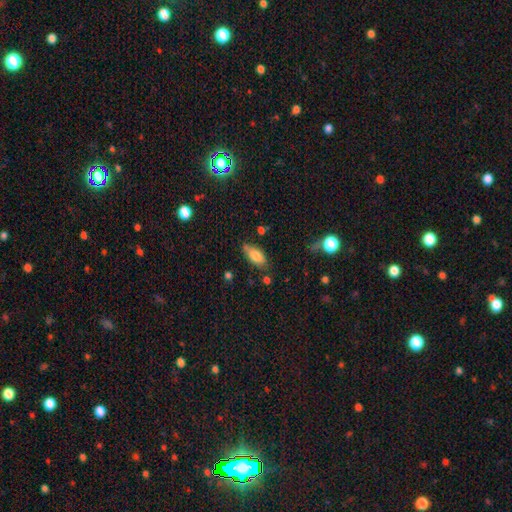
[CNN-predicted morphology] Smooth or featured? Predicted: smooth (p=0.78). How rounded? Predicted: in between (p=0.87). Merging? Predicted: none (p=0.72).